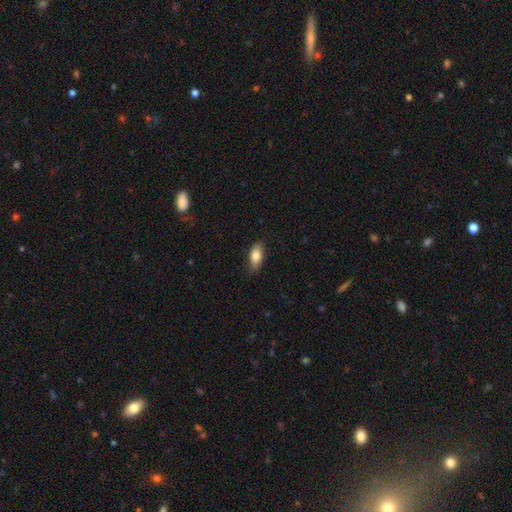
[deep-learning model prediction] Morphology: type=smooth (81%); roundness=in between (86%); merging=none (82%).